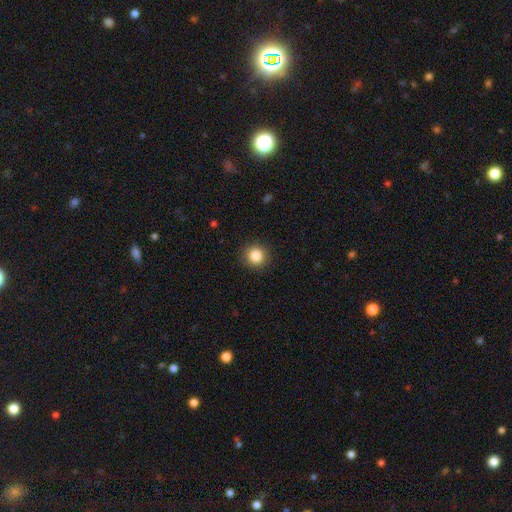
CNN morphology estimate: type=smooth (85%); roundness=round (94%); merging=none (91%).